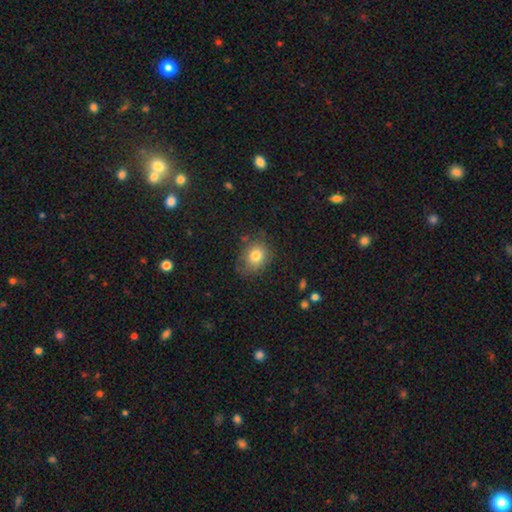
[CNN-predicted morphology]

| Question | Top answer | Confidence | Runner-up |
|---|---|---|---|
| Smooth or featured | smooth | 78% | featured or disk (12%) |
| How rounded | round | 53% | in between (46%) |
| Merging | none | 70% | minor disturbance (22%) |